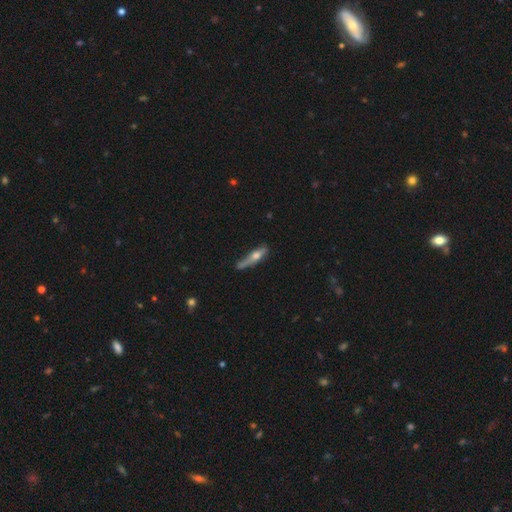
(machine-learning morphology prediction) Smooth or featured?
  - featured or disk: 51% *
  - smooth: 42%
  - star or artifact: 6%
Edge-on disk?
  - yes: 90% *
  - no: 10%
Merging?
  - none: 56% *
  - minor disturbance: 28%
  - major disturbance: 10%
  - merger: 6%